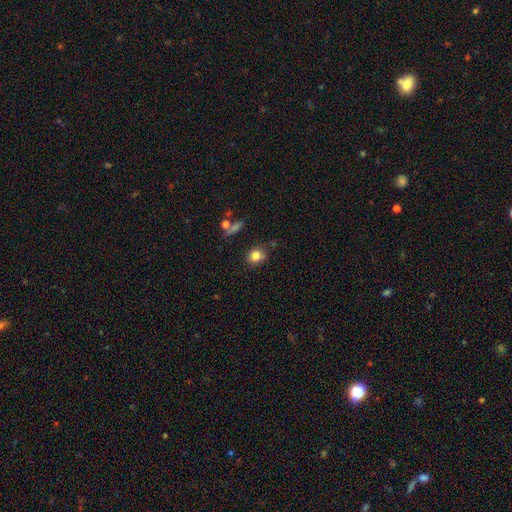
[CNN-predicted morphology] Smooth or featured: smooth — 82% (star or artifact — 11%)
How rounded: round — 64% (in between — 35%)
Merging: none — 74% (minor disturbance — 17%)